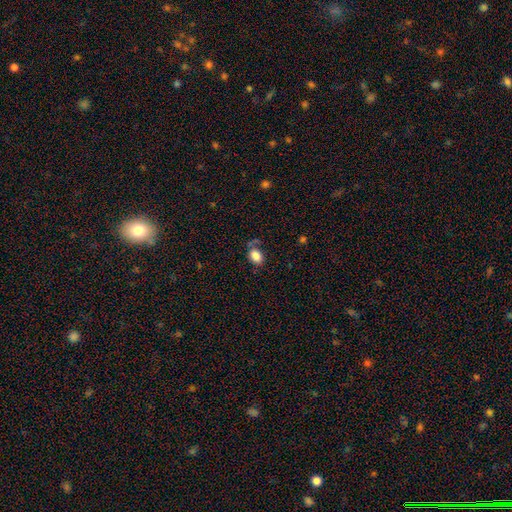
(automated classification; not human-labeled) A smooth galaxy with no disk features (84%) that is in between round and cigar-shaped (75%).

Vote fractions:
- Smooth or featured? smooth: 84% / star or artifact: 9% / featured or disk: 7%
- How rounded? in between: 75% / round: 24% / cigar-shaped: 1%
- Merging? none: 61% / minor disturbance: 19% / major disturbance: 11% / merger: 9%